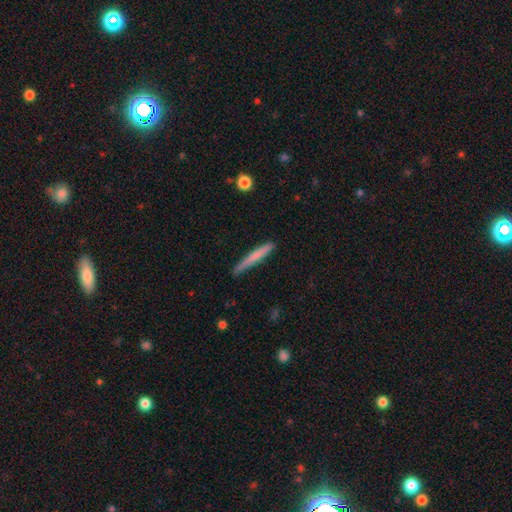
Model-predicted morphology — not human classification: smooth_or_featured: smooth (p=0.66) [alt: featured or disk p=0.29]
how_rounded: cigar-shaped (p=0.96) [alt: in between p=0.03]
merging: none (p=0.81) [alt: minor disturbance p=0.15]